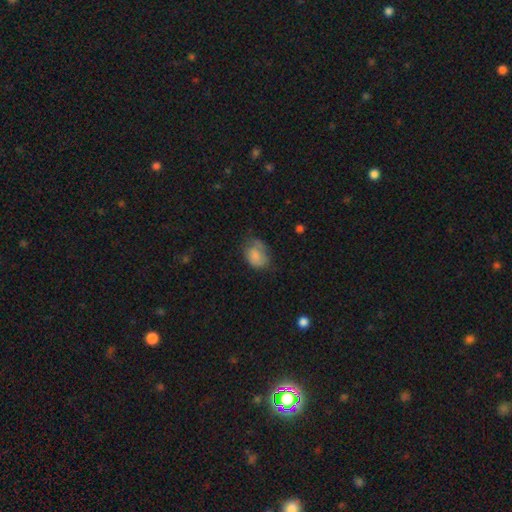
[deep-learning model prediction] Smooth or featured: smooth — 75% (featured or disk — 16%)
How rounded: in between — 71% (round — 28%)
Merging: none — 44% (minor disturbance — 35%)